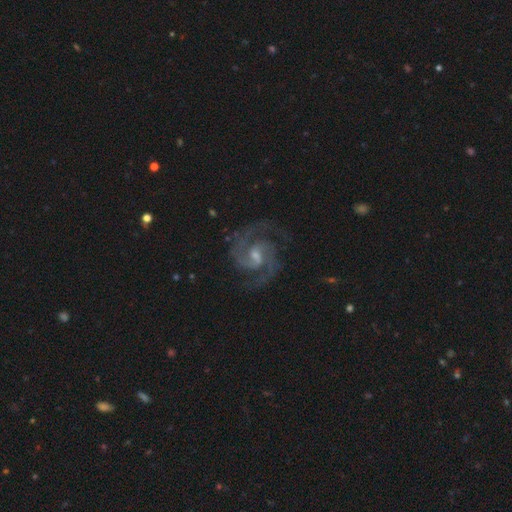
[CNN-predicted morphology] Smooth or featured? featured or disk (93%)
Edge-on disk? no (98%)
Bar? weak (59%)
Spiral arms? yes (99%)
Spiral winding? medium (60%)
Spiral arm count? 2 (86%)
Bulge size? small (50%)
Merging? none (80%)